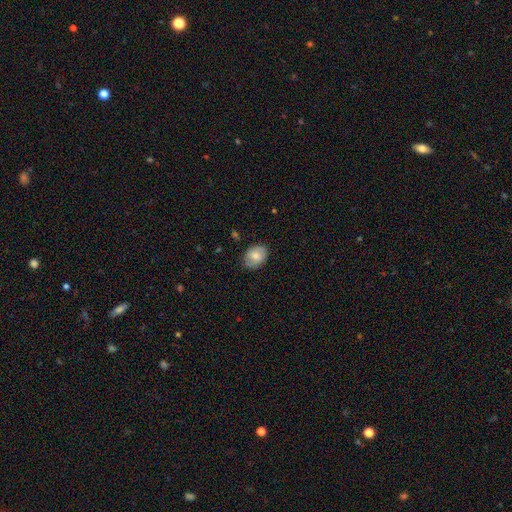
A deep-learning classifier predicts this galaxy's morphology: Q: Smooth or featured?
A: smooth (70%); runner-up: featured or disk (23%)
Q: How rounded?
A: in between (70%); runner-up: round (29%)
Q: Merging?
A: none (79%); runner-up: minor disturbance (16%)